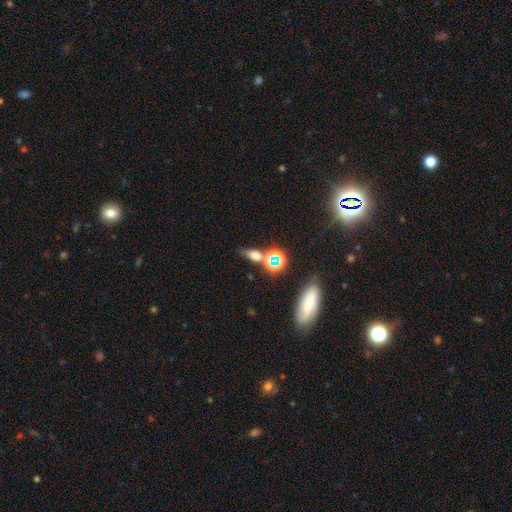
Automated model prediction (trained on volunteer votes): Morphology: type=smooth (58%); roundness=in between (63%); merging=none (59%).